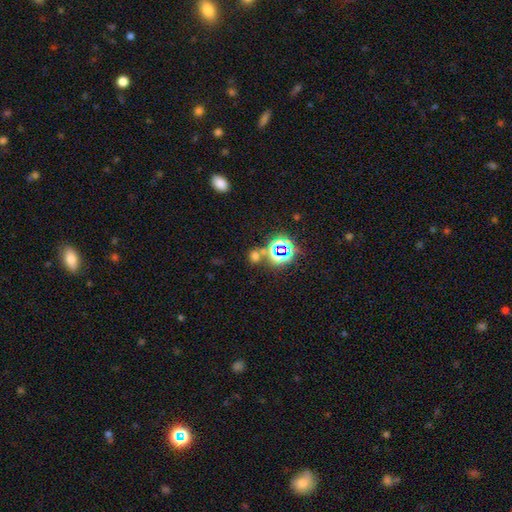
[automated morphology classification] smooth-or-featured: smooth: 50% | star or artifact: 43% | featured or disk: 7%
  merging: none: 68% | merger: 20% | minor disturbance: 8% | major disturbance: 4%